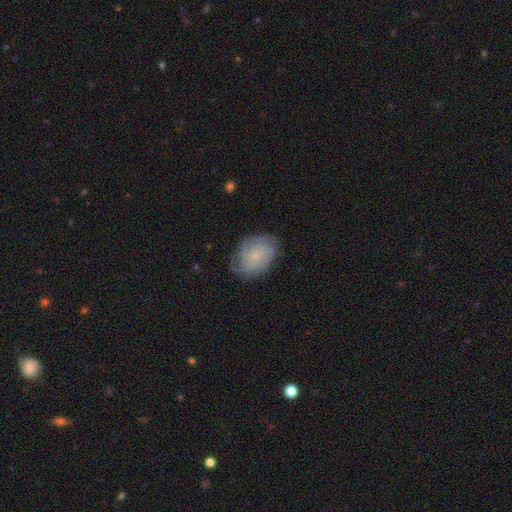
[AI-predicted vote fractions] Morphology: type=featured or disk (57%); edge-on=no (97%); bar=no (82%); spiral arms=yes (87%); bulge=small (79%); merging=none (71%).